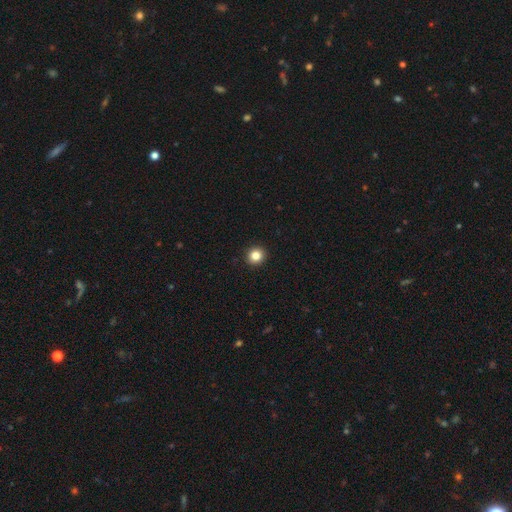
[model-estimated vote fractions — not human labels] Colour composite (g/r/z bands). It shows a smooth galaxy with no disk features (84%) that is round (92%). Merging: none (94%).